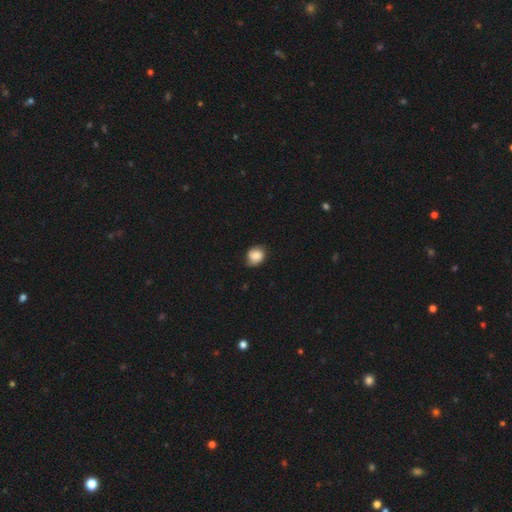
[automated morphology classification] smooth-or-featured: smooth: 72% | featured or disk: 20% | star or artifact: 9%
  how-rounded: round: 64% | in between: 35% | cigar-shaped: 1%
  merging: none: 62% | minor disturbance: 30% | major disturbance: 7% | merger: 1%